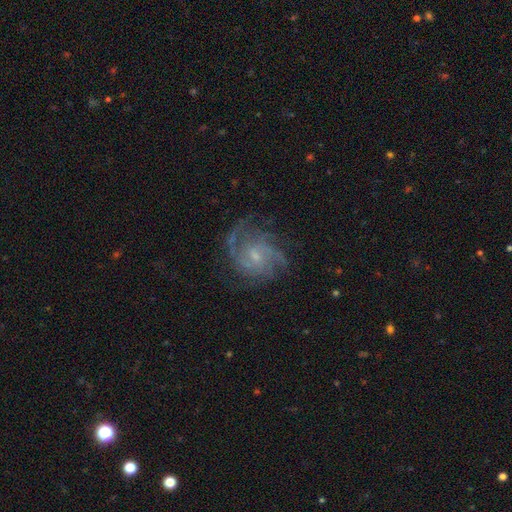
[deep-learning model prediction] smooth-or-featured: featured or disk: 85% | smooth: 8% | star or artifact: 7%
  disk-edge-on: no: 98% | yes: 2%
    bar: weak: 47% (tied) | no: 47% (tied) | strong: 6%
    has-spiral-arms: yes: 95% | no: 5%
      spiral-winding: medium: 46% | tight: 41% | loose: 14%
      spiral-arm-count: 3: 28% | can't tell: 25% | 2: 19% | 4: 14% | 1: 6% | more than 4: 6%
    bulge-size: small: 63% | moderate: 28% | none: 7% | large: 1% | dominant: 1%
  merging: none: 67% | minor disturbance: 18% | major disturbance: 13% | merger: 1%